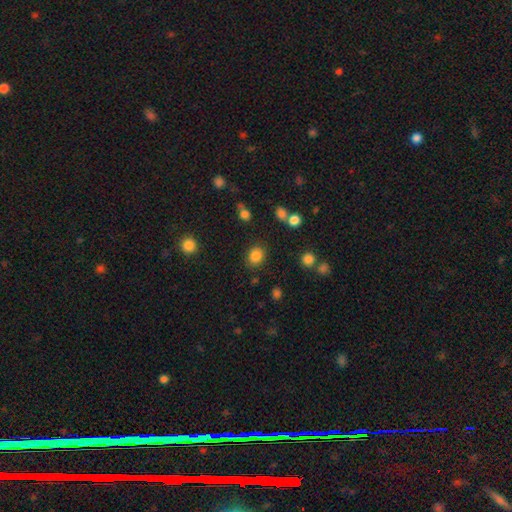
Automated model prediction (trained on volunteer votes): Smooth or featured?
  - smooth: 84% *
  - star or artifact: 11%
  - featured or disk: 5%
How rounded?
  - round: 62% *
  - in between: 37%
  - cigar-shaped: 1%
Merging?
  - none: 84% *
  - minor disturbance: 9%
  - major disturbance: 3%
  - merger: 3%